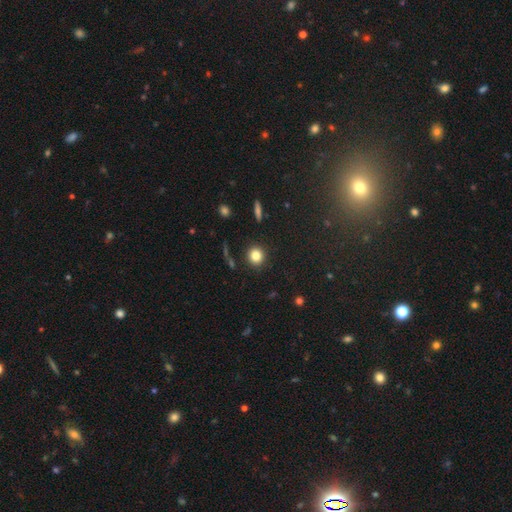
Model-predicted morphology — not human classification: A smooth galaxy with no disk features (82%) that is round (88%). Merging: none (89%).